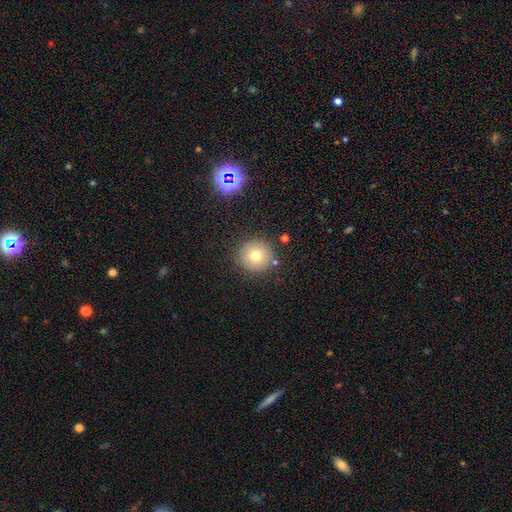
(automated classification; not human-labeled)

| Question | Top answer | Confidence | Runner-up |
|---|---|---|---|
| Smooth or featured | smooth | 74% | featured or disk (13%) |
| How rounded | round | 94% | in between (5%) |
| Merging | none | 86% | minor disturbance (8%) |